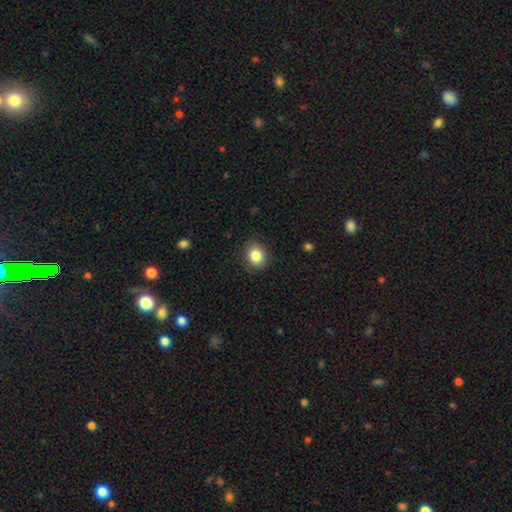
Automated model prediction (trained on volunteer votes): Smooth or featured?
  - smooth: 86% *
  - star or artifact: 9%
  - featured or disk: 5%
How rounded?
  - round: 65% *
  - in between: 34%
  - cigar-shaped: 1%
Merging?
  - none: 89% *
  - minor disturbance: 8%
  - major disturbance: 2%
  - merger: 1%